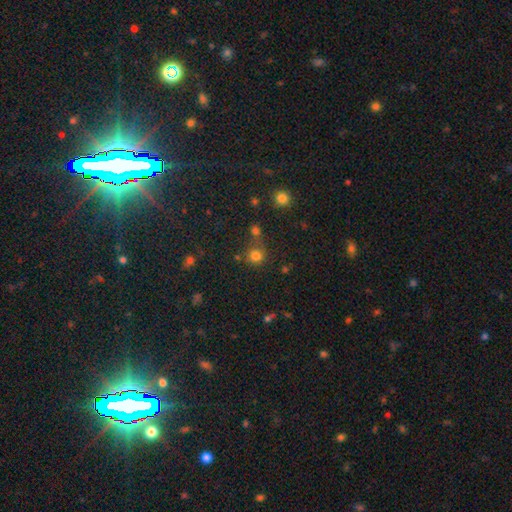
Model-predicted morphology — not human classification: smooth-or-featured: smooth: 76% | star or artifact: 18% | featured or disk: 6%
  how-rounded: round: 89% | in between: 10% | cigar-shaped: 1%
  merging: none: 66% | merger: 18% | minor disturbance: 11% | major disturbance: 5%